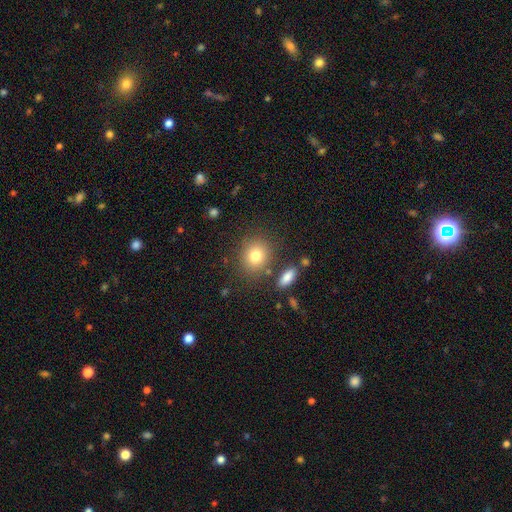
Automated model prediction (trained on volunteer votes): A smooth galaxy with no disk features (80%) that is round (72%). Merging: none (80%).